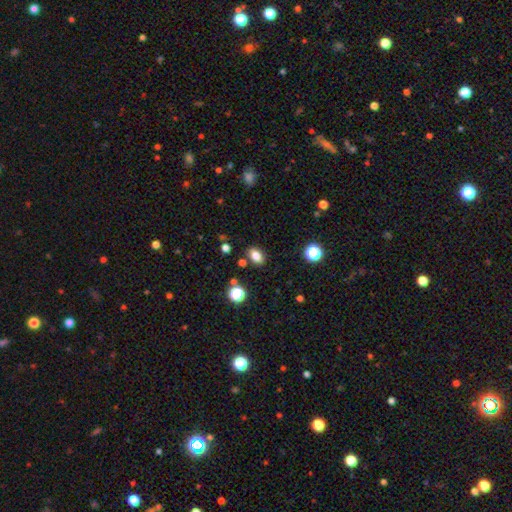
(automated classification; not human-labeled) Morphology: type=smooth (80%); roundness=in between (81%); merging=none (84%).